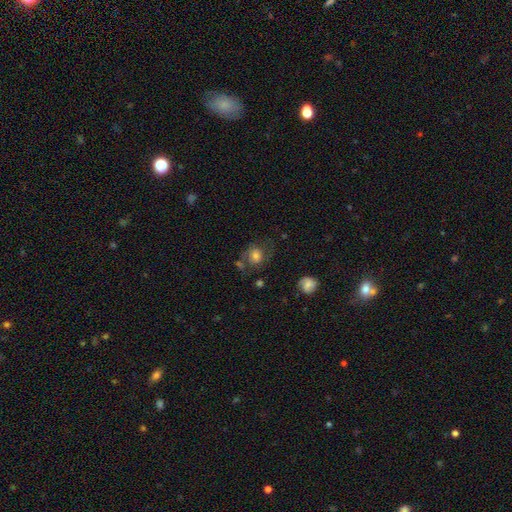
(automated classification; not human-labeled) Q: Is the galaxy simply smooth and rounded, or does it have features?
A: smooth — 55%.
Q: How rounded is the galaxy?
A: round — 68%.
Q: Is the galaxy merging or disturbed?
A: none — 53%.